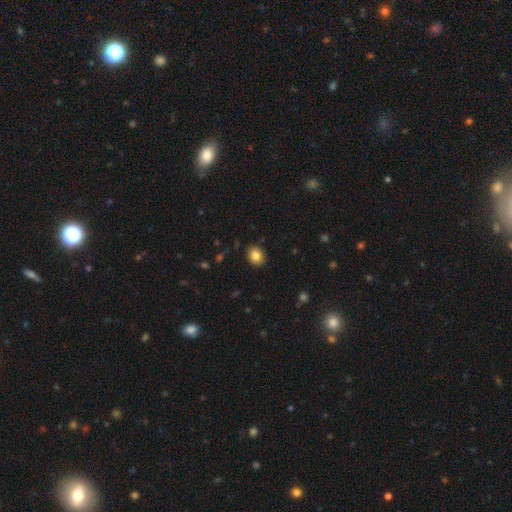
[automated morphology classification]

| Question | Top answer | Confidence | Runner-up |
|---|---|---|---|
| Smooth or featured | smooth | 84% | star or artifact (9%) |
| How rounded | round | 53% | in between (46%) |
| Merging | none | 89% | minor disturbance (8%) |